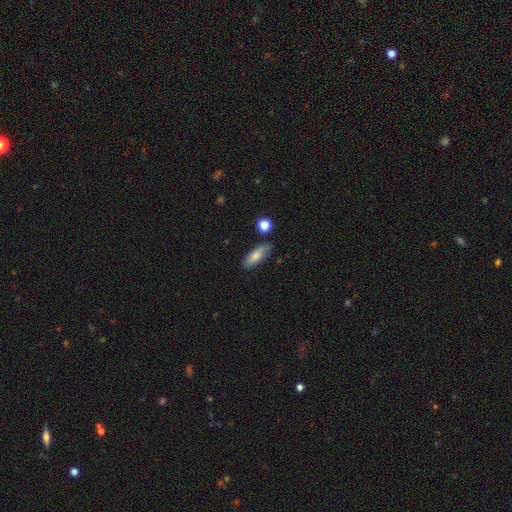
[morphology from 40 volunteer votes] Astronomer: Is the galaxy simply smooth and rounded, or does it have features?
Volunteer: smooth — 82%.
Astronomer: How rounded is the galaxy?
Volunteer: in between — 64%.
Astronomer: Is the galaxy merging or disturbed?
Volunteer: none — 85%.